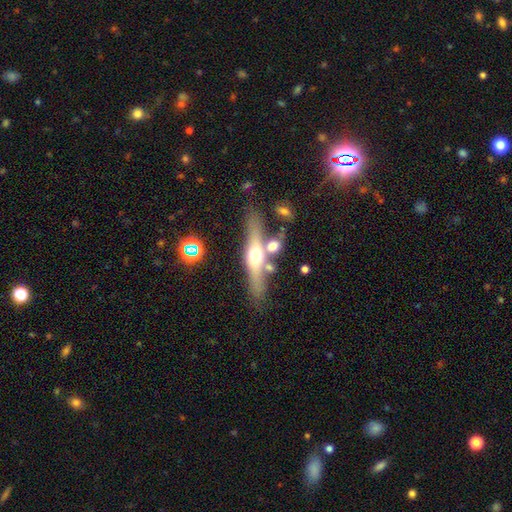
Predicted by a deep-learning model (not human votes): A featured or disk galaxy (64%) viewed edge-on (91%) with a rounded central bulge (94%).

Vote fractions:
- Smooth or featured? featured or disk: 64% / smooth: 29% / star or artifact: 8%
- Edge-on disk? yes: 91% / no: 9%
- Edge-on bulge? rounded: 94% / boxy: 4% / none: 3%
- Merging? none: 67% / merger: 16% / minor disturbance: 12% / major disturbance: 4%